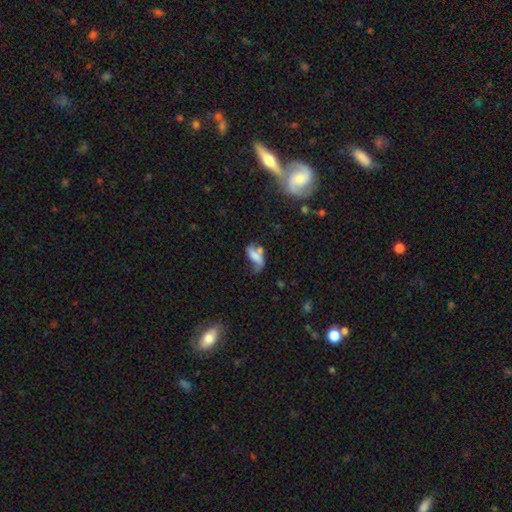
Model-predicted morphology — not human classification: A smooth galaxy with no disk features (49%).

Vote fractions:
- Smooth or featured? smooth: 49% / featured or disk: 40% / star or artifact: 12%
- Merging? major disturbance: 30% / none: 27% / minor disturbance: 25% / merger: 18%